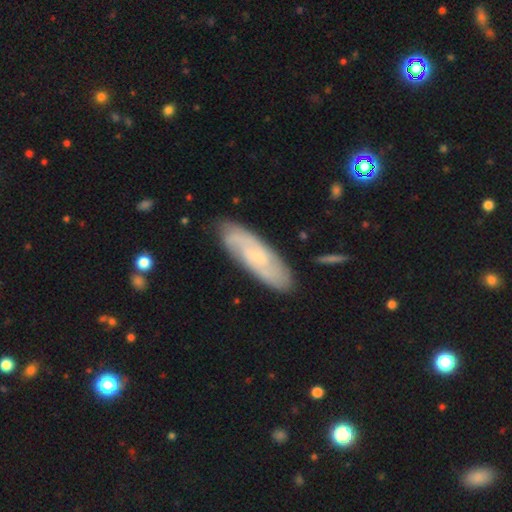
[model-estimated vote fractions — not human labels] smooth-or-featured: featured or disk: 62% | smooth: 32% | star or artifact: 7%
  disk-edge-on: no: 84% | yes: 16%
    bar: no: 58% | weak: 36% | strong: 6%
    has-spiral-arms: yes: 90% | no: 10%
    bulge-size: small: 63% | moderate: 18% | none: 17% | large: 2% | dominant: 1%
  merging: none: 83% | minor disturbance: 13% | major disturbance: 3% | merger: 2%